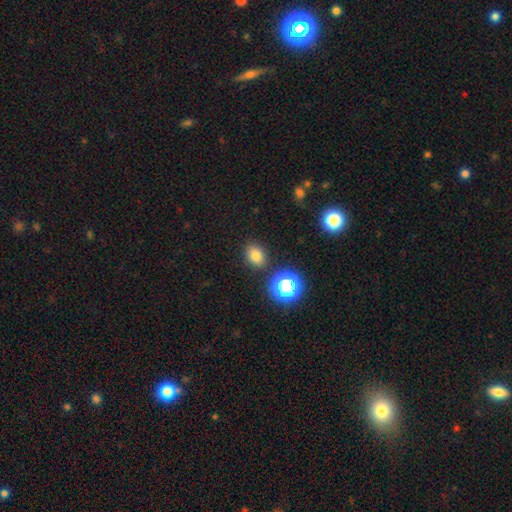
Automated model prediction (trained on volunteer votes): Overall: smooth (76%). How rounded: in between (55%; round 44%). Merging: none (84%).